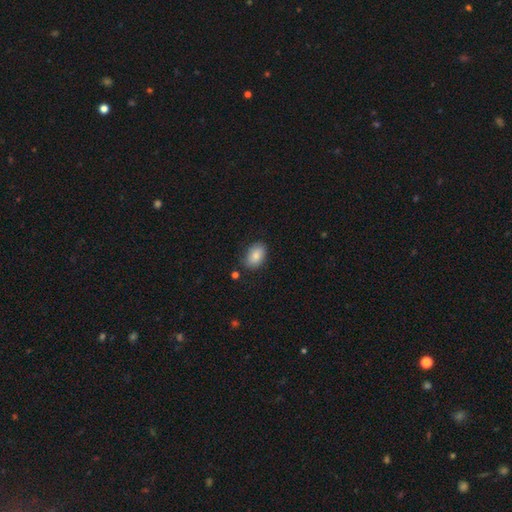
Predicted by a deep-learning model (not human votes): Q: Smooth or featured?
A: smooth (83%); runner-up: featured or disk (9%)
Q: How rounded?
A: in between (89%); runner-up: round (9%)
Q: Merging?
A: none (79%); runner-up: minor disturbance (15%)